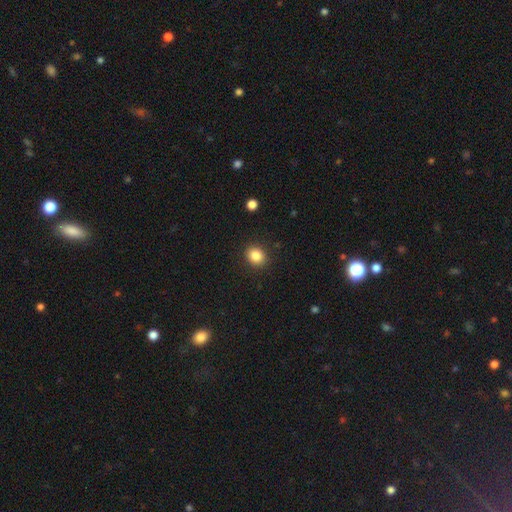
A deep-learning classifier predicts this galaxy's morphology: Smooth or featured? Predicted: smooth (p=0.86). How rounded? Predicted: round (p=0.72). Merging? Predicted: none (p=0.90).